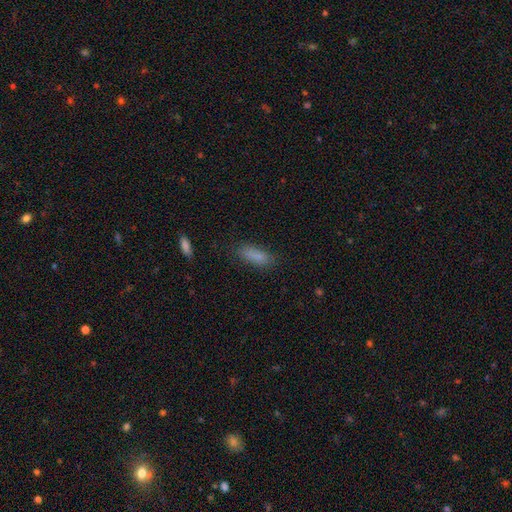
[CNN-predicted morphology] This is clearly a smooth galaxy (83%). How rounded: likely in between (62%). Merging: likely none (77%).